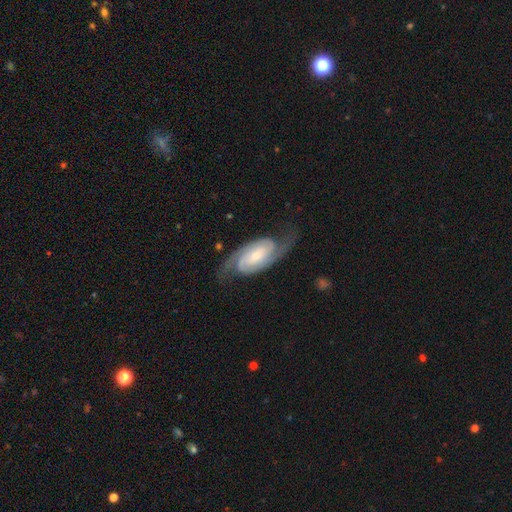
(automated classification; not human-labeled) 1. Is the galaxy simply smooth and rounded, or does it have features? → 88% featured or disk, 8% smooth, 5% star or artifact.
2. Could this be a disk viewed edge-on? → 96% no, 4% yes.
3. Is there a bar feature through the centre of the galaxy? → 44% no, 37% weak, 19% strong.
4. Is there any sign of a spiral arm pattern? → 98% yes, 2% no.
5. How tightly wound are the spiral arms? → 45% medium, 39% tight, 16% loose.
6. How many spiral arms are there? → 92% 2, 3% can't tell, 2% 3, 1% 1, 1% 4, 1% more than 4.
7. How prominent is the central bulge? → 56% small, 36% moderate, 4% large, 3% none, 1% dominant.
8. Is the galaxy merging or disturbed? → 75% none, 15% minor disturbance, 8% major disturbance, 1% merger.